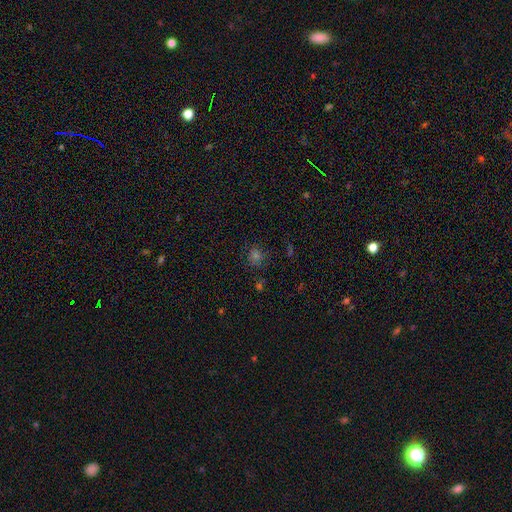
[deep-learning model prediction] Smooth or featured?
  - smooth: 53% *
  - star or artifact: 35%
  - featured or disk: 12%
How rounded?
  - round: 82% *
  - in between: 17%
  - cigar-shaped: 1%
Merging?
  - none: 80% *
  - minor disturbance: 12%
  - major disturbance: 5%
  - merger: 3%